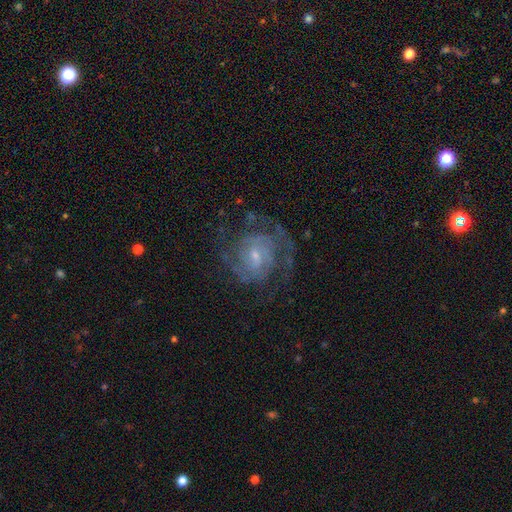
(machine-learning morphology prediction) The model was most divided on "spiral winding": tight: 47%, medium: 41%, loose: 12%. Remaining: edge-on disk — no (97%); spiral arms — yes (92%); smooth or featured — featured or disk (82%); merging — none (67%); bulge size — small (61%); bar — weak (49%); spiral arm count — 2 (45%).